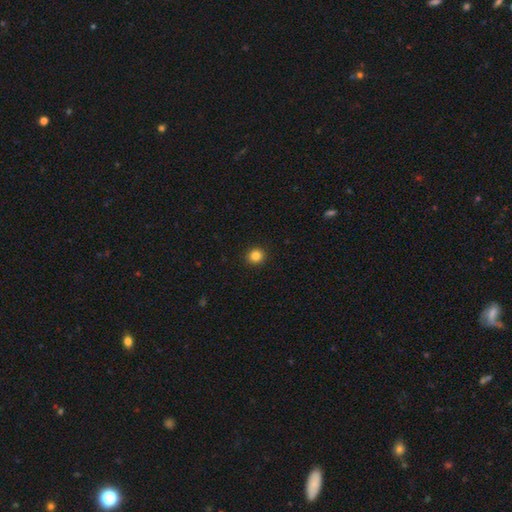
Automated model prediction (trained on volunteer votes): Smooth or featured: smooth — 84% (star or artifact — 11%)
How rounded: round — 91% (in between — 8%)
Merging: none — 93% (minor disturbance — 4%)